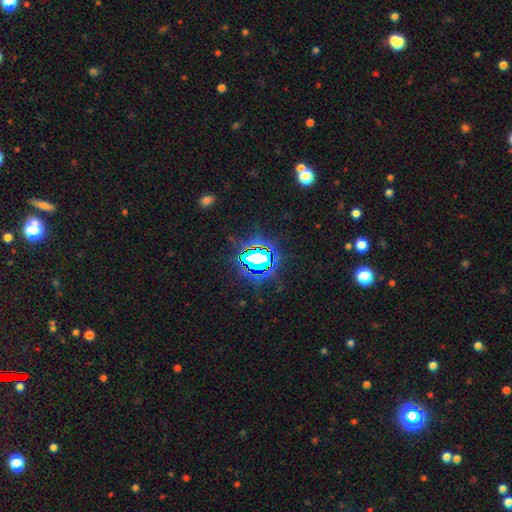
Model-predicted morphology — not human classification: Smooth or featured?
  - star or artifact: 83% *
  - smooth: 10%
  - featured or disk: 7%